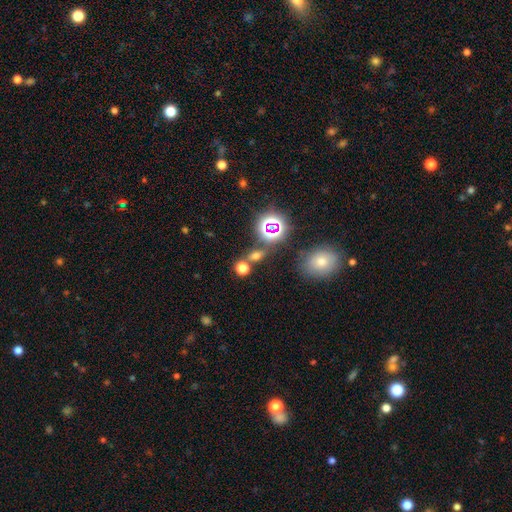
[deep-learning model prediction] smooth_or_featured: smooth (p=0.53) [alt: star or artifact p=0.35]
how_rounded: in between (p=0.51) [alt: round p=0.40]
merging: none (p=0.66) [alt: merger p=0.19]